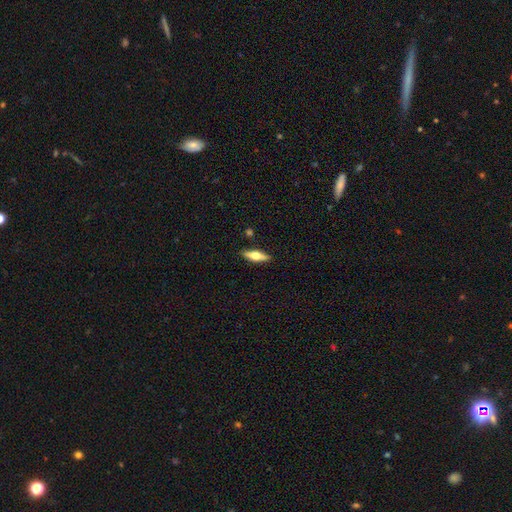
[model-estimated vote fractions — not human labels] Overall: featured or disk (51%; smooth 43%). Edge-on disk: yes (94%). Merging: none (89%).